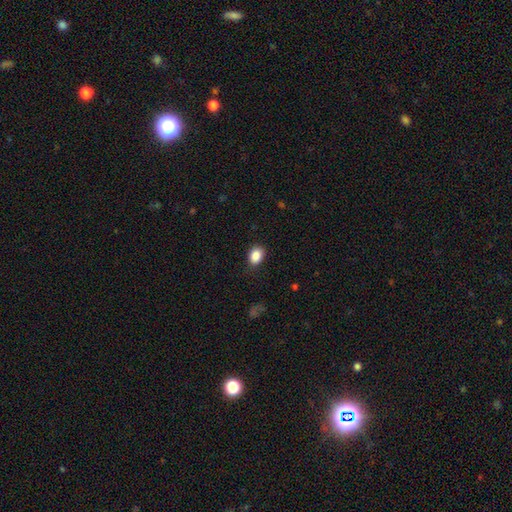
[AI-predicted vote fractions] A smooth galaxy with no disk features (88%) that is in between round and cigar-shaped (66%).

Vote fractions:
- Smooth or featured? smooth: 88% / star or artifact: 9% / featured or disk: 4%
- How rounded? in between: 66% / round: 33% / cigar-shaped: 1%
- Merging? none: 84% / minor disturbance: 12% / major disturbance: 3% / merger: 1%